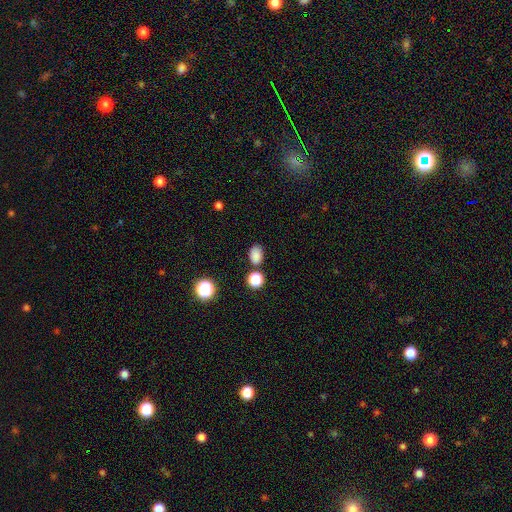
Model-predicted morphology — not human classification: Smooth or featured?
  - smooth: 83% *
  - star or artifact: 13%
  - featured or disk: 4%
How rounded?
  - in between: 76% *
  - round: 23%
  - cigar-shaped: 1%
Merging?
  - none: 77% *
  - minor disturbance: 13%
  - merger: 7%
  - major disturbance: 3%